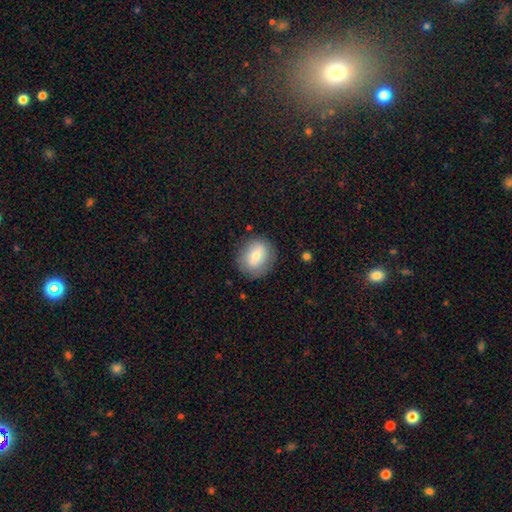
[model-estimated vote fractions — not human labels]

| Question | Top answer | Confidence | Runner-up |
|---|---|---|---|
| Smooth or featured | smooth | 72% | featured or disk (20%) |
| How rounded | round | 68% | in between (30%) |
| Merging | none | 83% | minor disturbance (12%) |